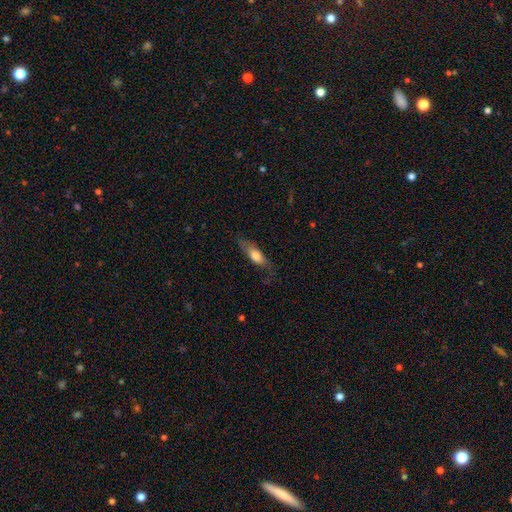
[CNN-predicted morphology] Smooth or featured?
  - smooth: 63% *
  - featured or disk: 31%
  - star or artifact: 6%
How rounded?
  - in between: 55% *
  - cigar-shaped: 42%
  - round: 3%
Merging?
  - none: 66% *
  - minor disturbance: 24%
  - major disturbance: 9%
  - merger: 1%